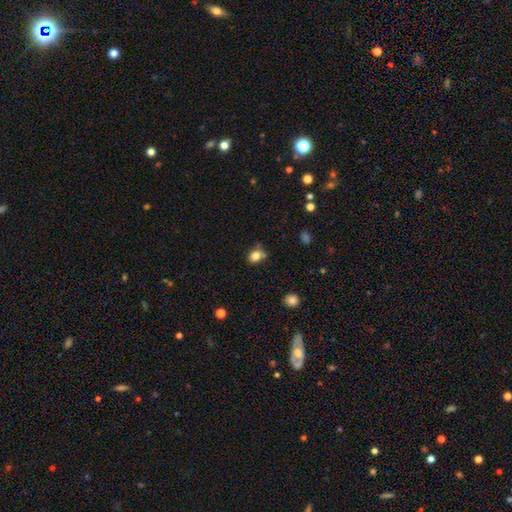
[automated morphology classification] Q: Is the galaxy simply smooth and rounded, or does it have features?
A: smooth — 80%.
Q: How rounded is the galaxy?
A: round — 53%.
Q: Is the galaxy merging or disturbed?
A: none — 62%.